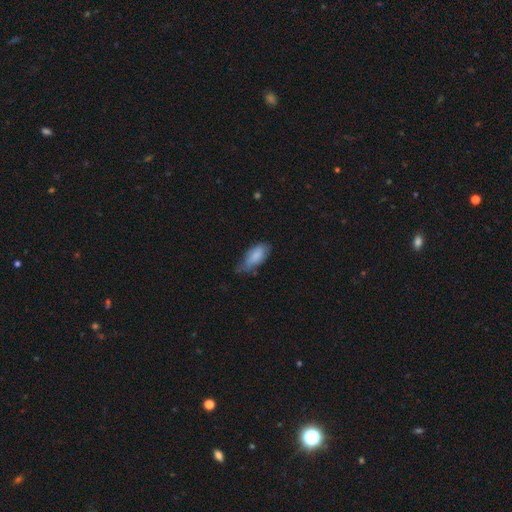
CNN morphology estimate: type=smooth (81%); roundness=in between (87%); merging=minor disturbance (44%).